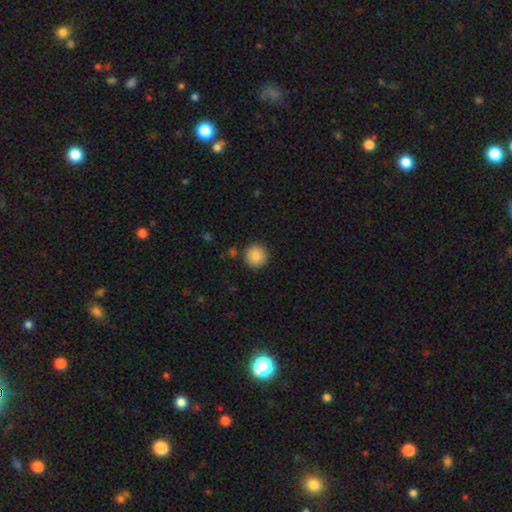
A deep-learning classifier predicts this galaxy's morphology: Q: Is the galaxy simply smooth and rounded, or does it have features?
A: smooth — 87%.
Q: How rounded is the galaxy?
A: round — 94%.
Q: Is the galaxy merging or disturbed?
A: none — 88%.